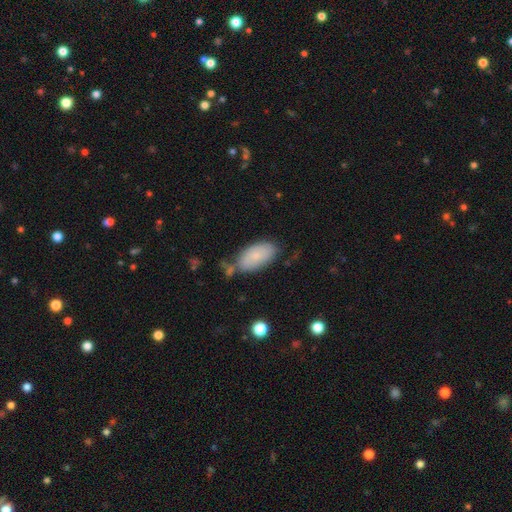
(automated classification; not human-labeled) Smooth or featured?
  - smooth: 78% *
  - featured or disk: 15%
  - star or artifact: 7%
How rounded?
  - in between: 94% *
  - cigar-shaped: 3%
  - round: 3%
Merging?
  - none: 62% *
  - minor disturbance: 23%
  - merger: 9%
  - major disturbance: 6%